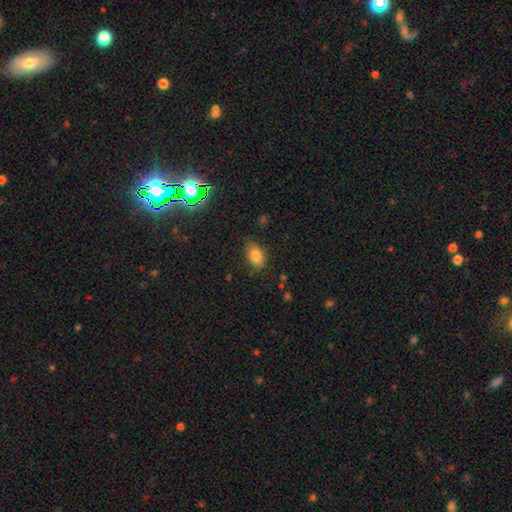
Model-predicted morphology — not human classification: smooth 82%, star or artifact 10%, featured or disk 8%. Down the decision tree: how rounded — in between (87%); merging — none (78%).